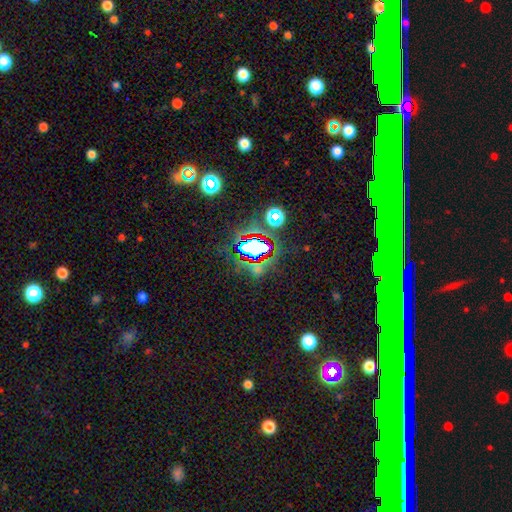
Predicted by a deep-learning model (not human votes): Overall: star or artifact (70%).